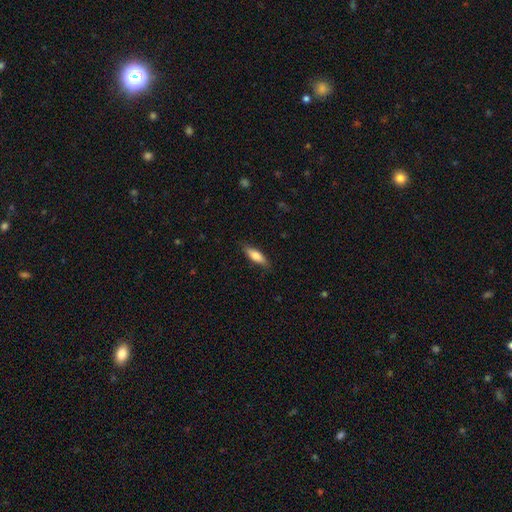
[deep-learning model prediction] Smooth or featured: smooth — 75% (featured or disk — 19%)
How rounded: in between — 53% (cigar-shaped — 45%)
Merging: none — 82% (minor disturbance — 14%)